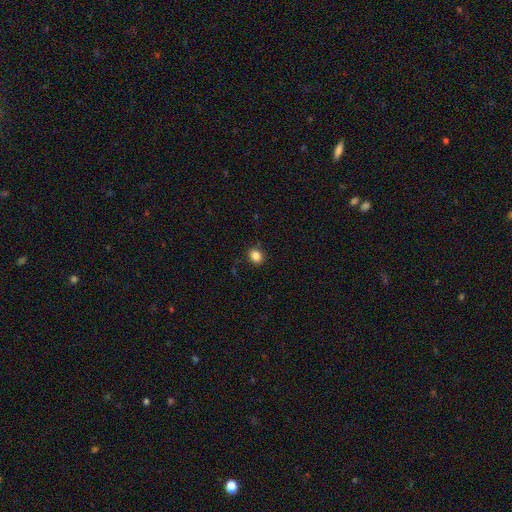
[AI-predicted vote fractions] Overall: smooth (85%). How rounded: round (57%; in between 43%). Merging: none (86%).